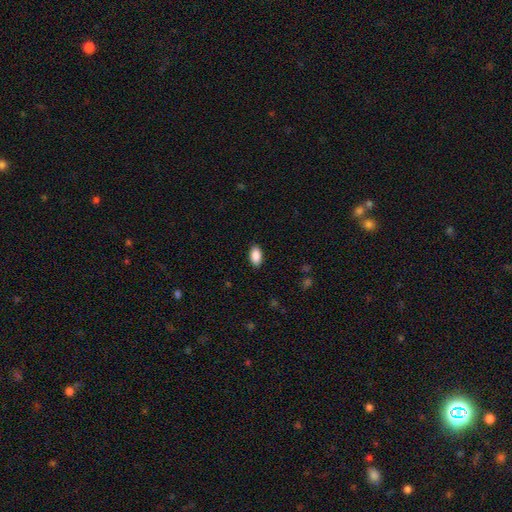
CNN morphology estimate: smooth-or-featured: smooth: 89% | star or artifact: 7% | featured or disk: 4%
  how-rounded: in between: 93% | round: 4% | cigar-shaped: 3%
  merging: none: 88% | minor disturbance: 9% | major disturbance: 2% | merger: 1%